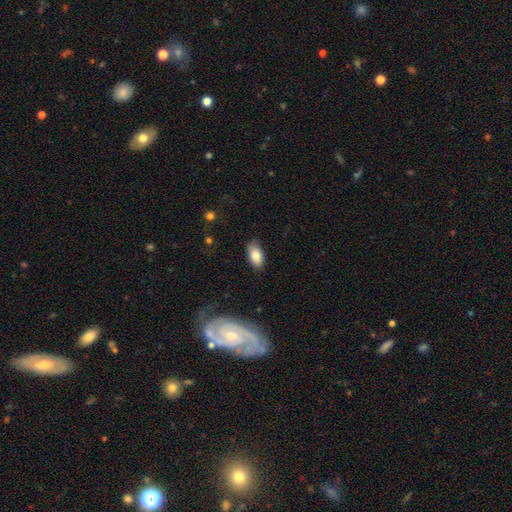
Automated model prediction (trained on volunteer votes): Smooth or featured?
  - smooth: 82% *
  - featured or disk: 10%
  - star or artifact: 7%
How rounded?
  - in between: 92% *
  - cigar-shaped: 4%
  - round: 4%
Merging?
  - none: 82% *
  - minor disturbance: 14%
  - major disturbance: 3%
  - merger: 1%